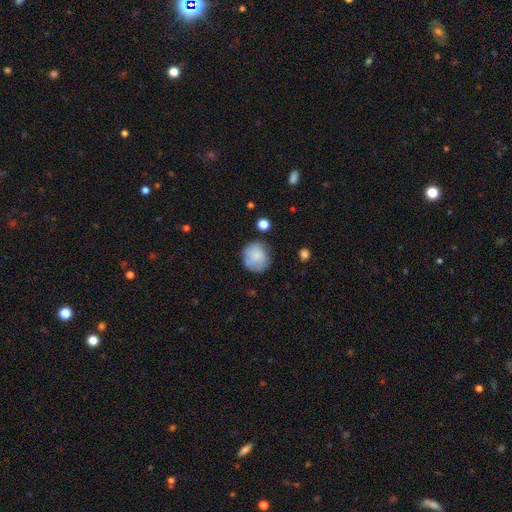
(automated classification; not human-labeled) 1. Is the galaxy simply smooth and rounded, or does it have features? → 73% smooth, 19% featured or disk, 9% star or artifact.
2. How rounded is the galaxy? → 85% round, 14% in between, 1% cigar-shaped.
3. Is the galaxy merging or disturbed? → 66% none, 22% minor disturbance, 8% major disturbance, 4% merger.